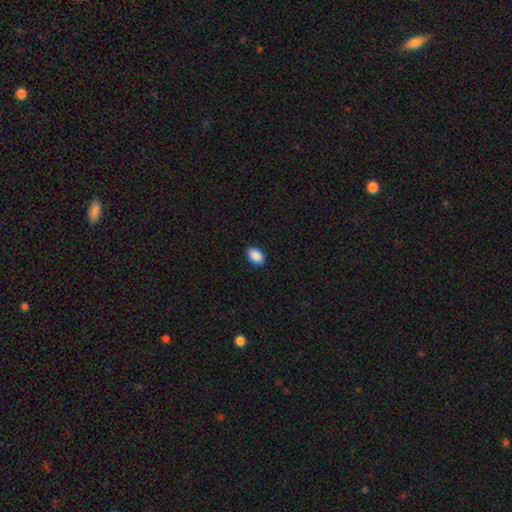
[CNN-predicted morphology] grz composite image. It shows a smooth galaxy with no disk features (90%) that is in between round and cigar-shaped (87%). Merging: none (89%).